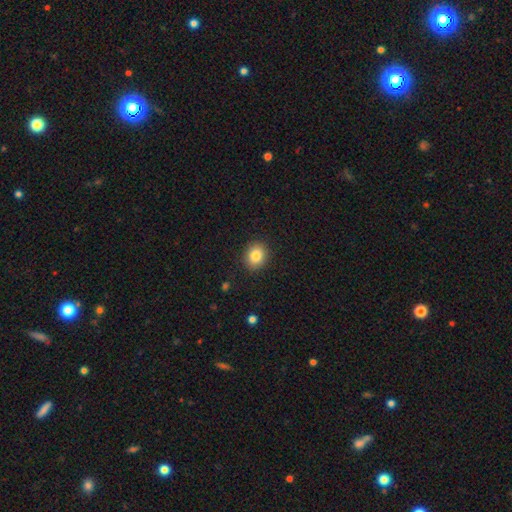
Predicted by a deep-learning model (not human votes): Smooth or featured? Predicted: smooth (p=0.85). How rounded? Predicted: round (p=0.60). Merging? Predicted: none (p=0.89).